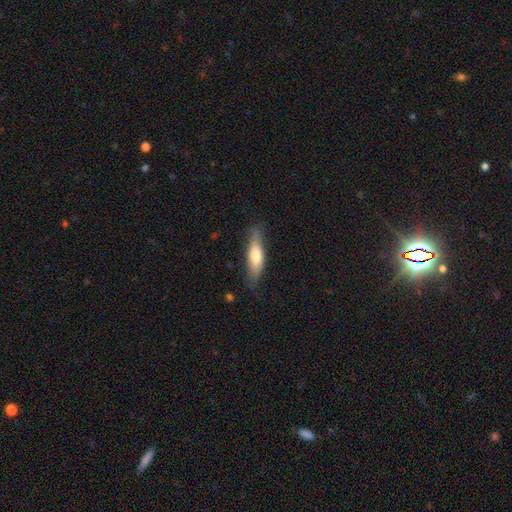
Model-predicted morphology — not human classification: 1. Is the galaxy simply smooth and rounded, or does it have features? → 65% smooth, 29% featured or disk, 6% star or artifact.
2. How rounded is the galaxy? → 59% cigar-shaped, 39% in between, 2% round.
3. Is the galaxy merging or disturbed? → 75% none, 19% minor disturbance, 4% major disturbance, 1% merger.